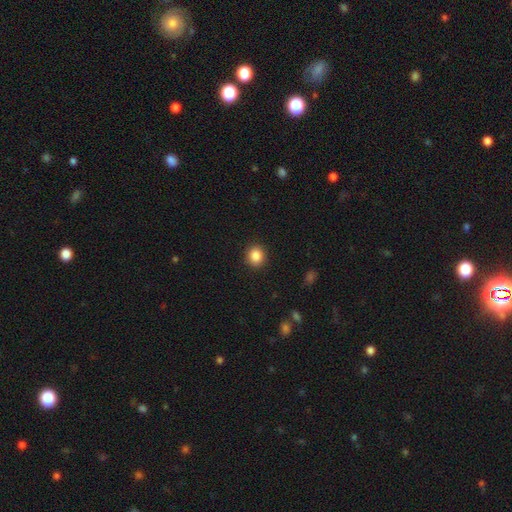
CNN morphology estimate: This appears to be a smooth galaxy with no disk features (87%) that is round (76%). Merging: none (91%).